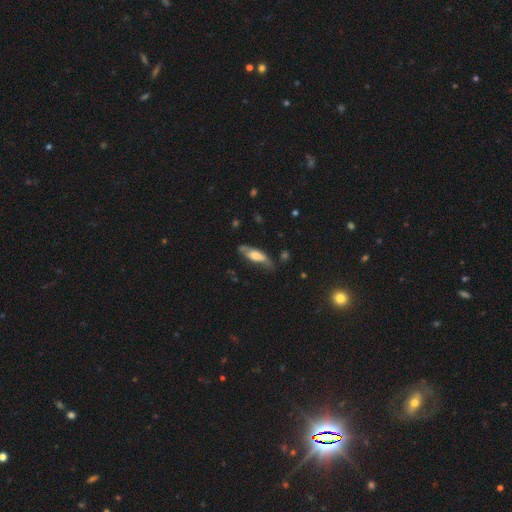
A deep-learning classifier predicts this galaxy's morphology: Smooth or featured? Predicted: smooth (p=0.49). Merging? Predicted: none (p=0.57).